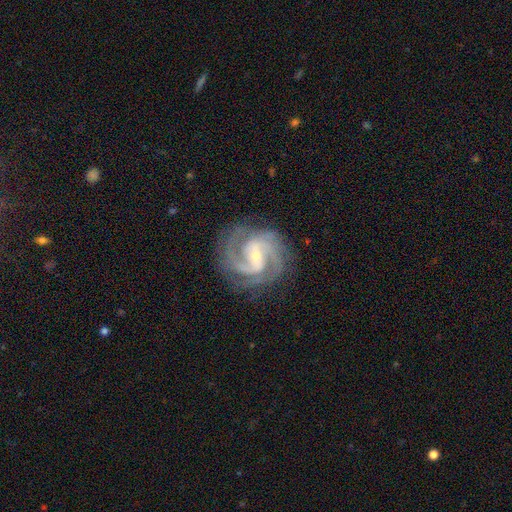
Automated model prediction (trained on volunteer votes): The model was most divided on "spiral winding": medium: 48%, tight: 45%, loose: 7%. Remaining: spiral arms — yes (98%); edge-on disk — no (98%); smooth or featured — featured or disk (92%); merging — none (80%); bulge size — small (65%); spiral arm count — 2 (50%); bar — weak (47%).